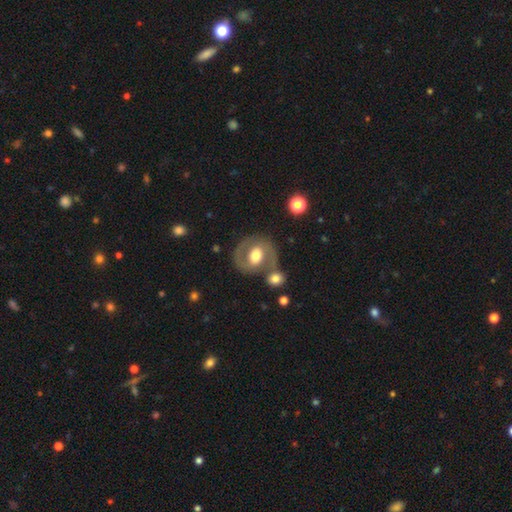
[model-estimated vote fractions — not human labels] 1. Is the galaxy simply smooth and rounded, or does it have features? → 64% featured or disk, 30% smooth, 6% star or artifact.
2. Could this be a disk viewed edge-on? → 96% no, 4% yes.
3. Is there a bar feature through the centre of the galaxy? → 42% no, 39% weak, 19% strong.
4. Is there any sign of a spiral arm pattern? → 67% yes, 33% no.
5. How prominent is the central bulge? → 64% moderate, 26% large, 7% small, 2% dominant, 1% none.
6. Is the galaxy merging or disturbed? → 64% none, 15% merger, 14% minor disturbance, 7% major disturbance.